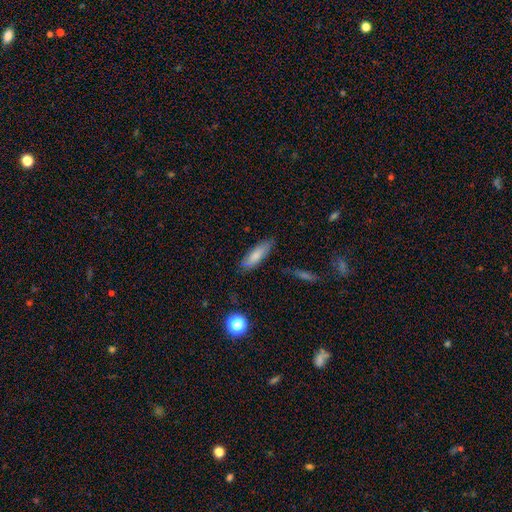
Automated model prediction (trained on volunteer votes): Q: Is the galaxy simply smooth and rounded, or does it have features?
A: smooth — 77%.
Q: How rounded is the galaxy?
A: in between — 59%.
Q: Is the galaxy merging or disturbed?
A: none — 74%.